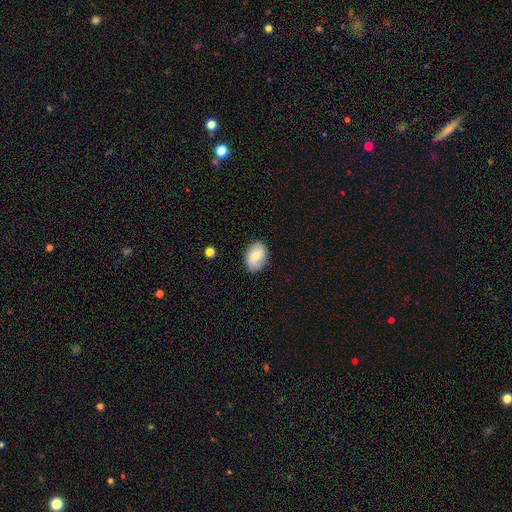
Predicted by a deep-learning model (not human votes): This is likely a smooth galaxy (74%). How rounded: clearly in between (84%). Merging: clearly none (84%).